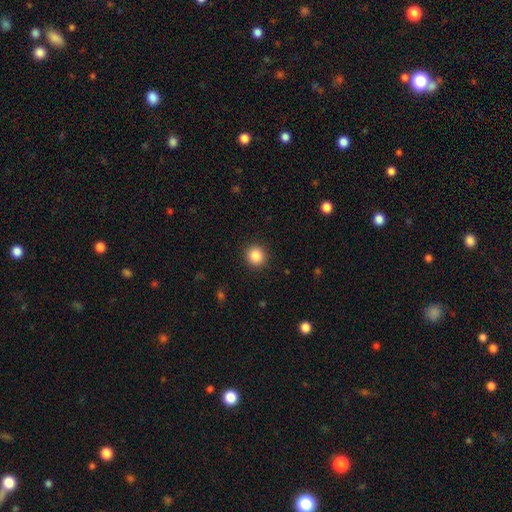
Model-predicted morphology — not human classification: Smooth or featured?
  - smooth: 87% *
  - star or artifact: 10%
  - featured or disk: 4%
How rounded?
  - round: 92% *
  - in between: 7%
  - cigar-shaped: 1%
Merging?
  - none: 92% *
  - minor disturbance: 5%
  - major disturbance: 2%
  - merger: 1%